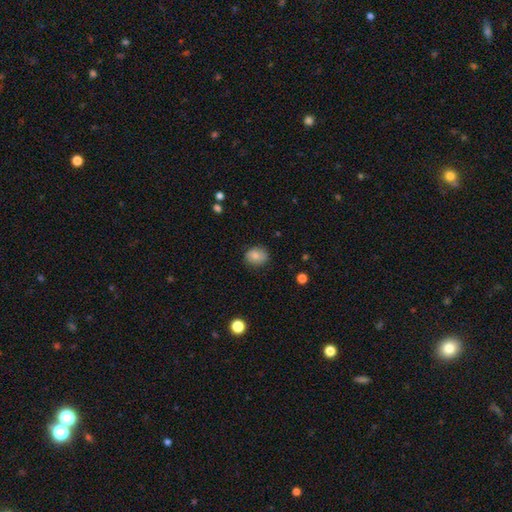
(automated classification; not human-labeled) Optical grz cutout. It shows a smooth galaxy with no disk features (80%) that is round (56%). Merging: none (81%).